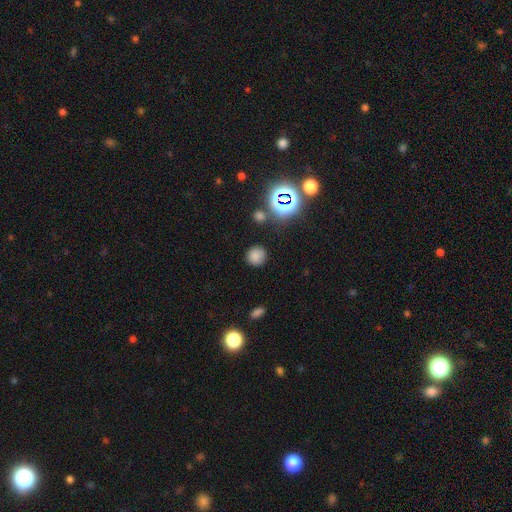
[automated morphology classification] type=smooth (75%); roundness=round (91%); merging=none (85%).